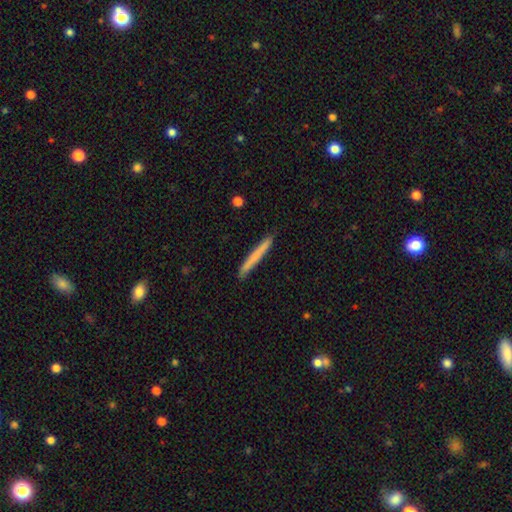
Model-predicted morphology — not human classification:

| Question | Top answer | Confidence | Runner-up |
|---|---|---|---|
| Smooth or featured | smooth | 68% | featured or disk (26%) |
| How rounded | cigar-shaped | 97% | in between (2%) |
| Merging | none | 90% | minor disturbance (7%) |